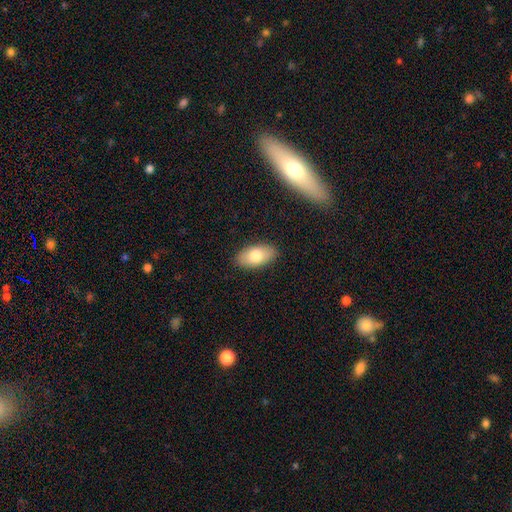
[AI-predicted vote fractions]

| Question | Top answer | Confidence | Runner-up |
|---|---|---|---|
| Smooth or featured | smooth | 76% | featured or disk (18%) |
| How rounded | in between | 94% | round (3%) |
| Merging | none | 88% | minor disturbance (9%) |